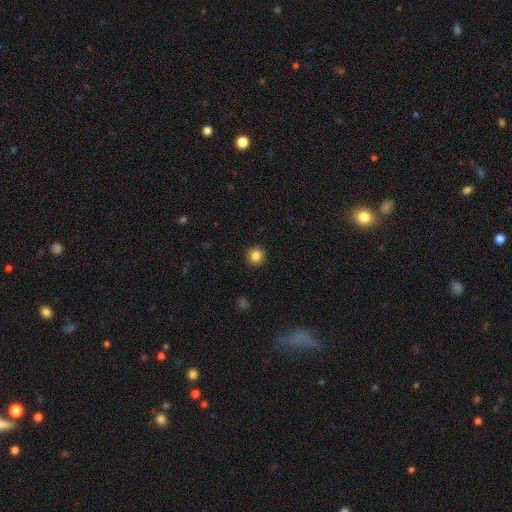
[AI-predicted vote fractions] Smooth or featured? smooth (85%)
How rounded? round (95%)
Merging? none (93%)